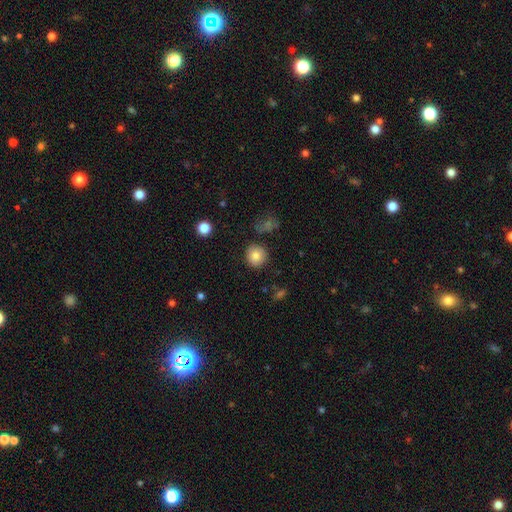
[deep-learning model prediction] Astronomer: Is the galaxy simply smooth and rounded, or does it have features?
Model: smooth — 84%.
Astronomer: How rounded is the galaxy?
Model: round — 90%.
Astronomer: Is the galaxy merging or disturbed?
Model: none — 85%.